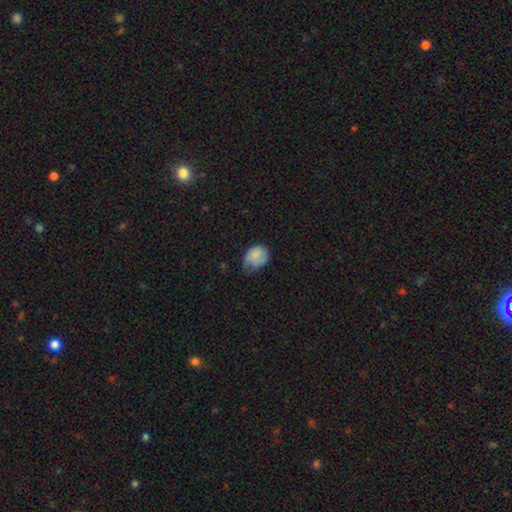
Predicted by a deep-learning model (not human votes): Morphology: type=smooth (68%); roundness=in between (54%); merging=minor disturbance (44%).